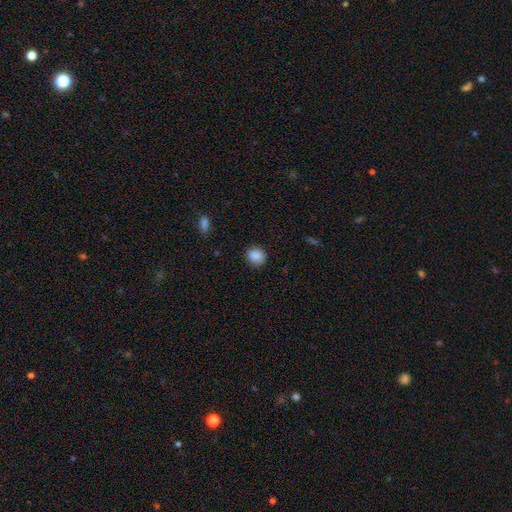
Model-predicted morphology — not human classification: smooth 88%, star or artifact 8%, featured or disk 4%. Down the decision tree: how rounded — round (82%); merging — none (87%).